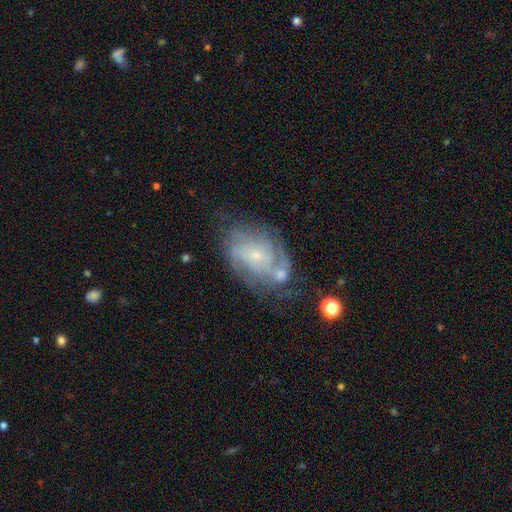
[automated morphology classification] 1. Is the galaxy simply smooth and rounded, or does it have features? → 73% featured or disk, 18% smooth, 9% star or artifact.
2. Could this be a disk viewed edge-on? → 96% no, 4% yes.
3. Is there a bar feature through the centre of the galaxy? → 75% no, 21% weak, 4% strong.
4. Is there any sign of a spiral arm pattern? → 83% yes, 17% no.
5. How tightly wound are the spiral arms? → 58% tight, 31% medium, 11% loose.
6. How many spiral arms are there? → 51% can't tell, 21% 2, 12% 3, 7% 4, 5% 1, 4% more than 4.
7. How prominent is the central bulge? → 77% small, 17% moderate, 4% none, 1% large, 1% dominant.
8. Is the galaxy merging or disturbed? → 49% none, 23% minor disturbance, 14% major disturbance, 14% merger.